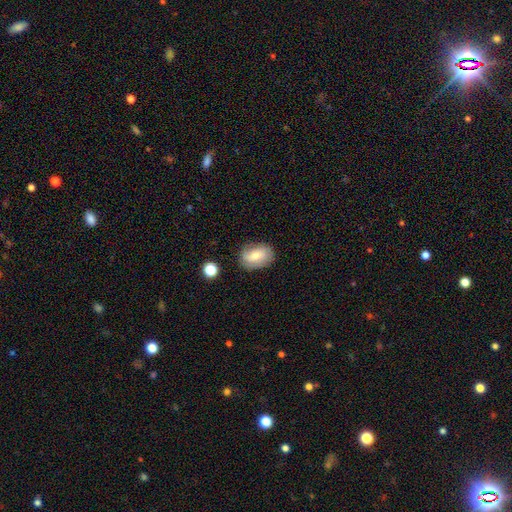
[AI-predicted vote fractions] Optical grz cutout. It shows a smooth galaxy with no disk features (55%) that is in between round and cigar-shaped (72%). Merging: none (75%).